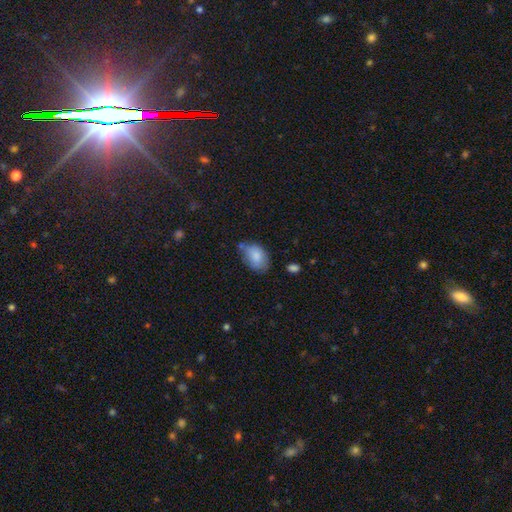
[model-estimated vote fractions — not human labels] smooth 82%, featured or disk 11%, star or artifact 7%. Down the decision tree: how rounded — in between (87%); merging — none (54%).